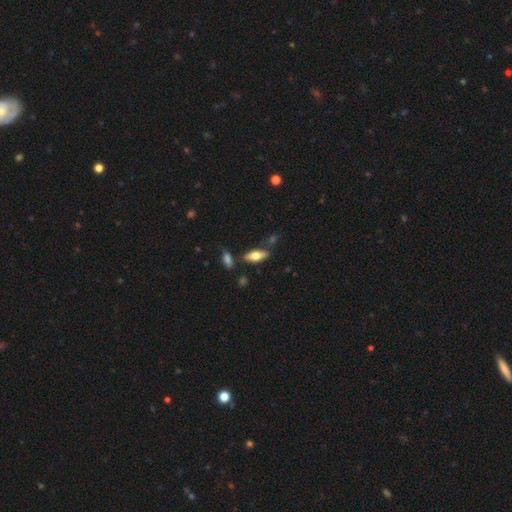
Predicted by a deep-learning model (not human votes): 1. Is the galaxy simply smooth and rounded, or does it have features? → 63% smooth, 30% featured or disk, 7% star or artifact.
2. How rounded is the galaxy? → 76% in between, 21% cigar-shaped, 3% round.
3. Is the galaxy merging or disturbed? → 75% none, 15% minor disturbance, 6% merger, 4% major disturbance.